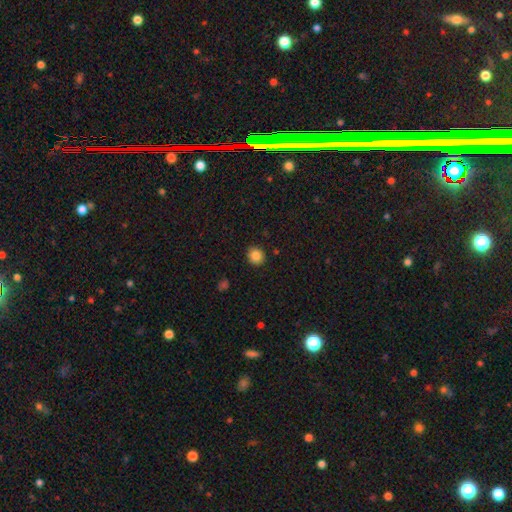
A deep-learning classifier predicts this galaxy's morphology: Smooth or featured? Predicted: smooth (p=0.86). How rounded? Predicted: round (p=0.85). Merging? Predicted: none (p=0.90).